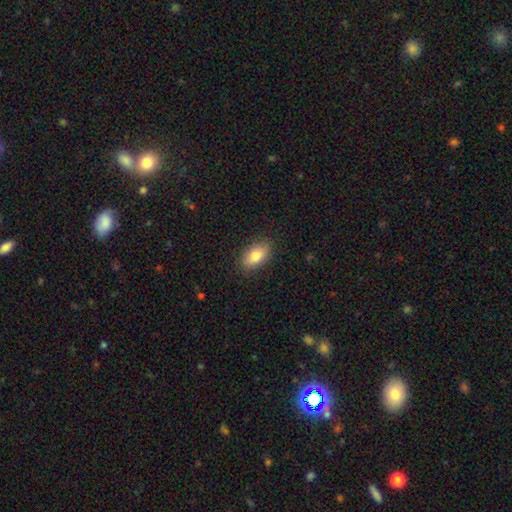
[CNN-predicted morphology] A smooth galaxy with no disk features (83%) that is in between round and cigar-shaped (91%).

Vote fractions:
- Smooth or featured? smooth: 83% / featured or disk: 10% / star or artifact: 7%
- How rounded? in between: 91% / cigar-shaped: 5% / round: 4%
- Merging? none: 87% / minor disturbance: 10% / major disturbance: 2% / merger: 1%